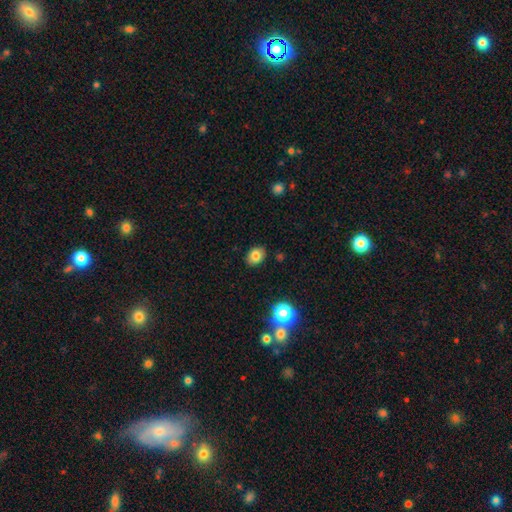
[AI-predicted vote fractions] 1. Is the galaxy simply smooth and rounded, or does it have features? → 80% smooth, 10% star or artifact, 9% featured or disk.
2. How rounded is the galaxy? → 64% in between, 35% round, 1% cigar-shaped.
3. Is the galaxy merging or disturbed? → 87% none, 9% minor disturbance, 2% major disturbance, 1% merger.